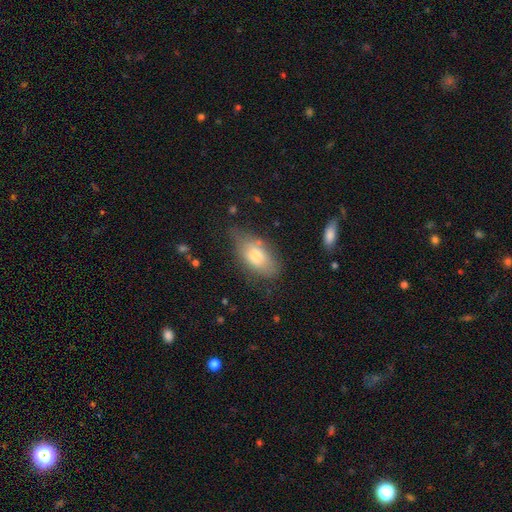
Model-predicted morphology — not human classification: Overall: smooth (73%). How rounded: in between (90%). Merging: none (57%; minor disturbance 31%).